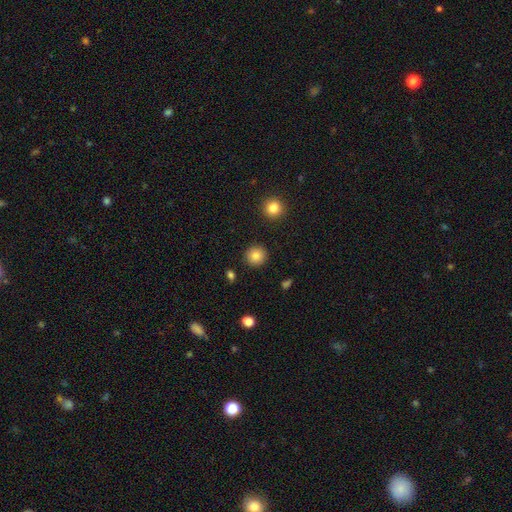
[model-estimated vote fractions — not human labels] A smooth galaxy with no disk features (83%) that is round (94%).

Vote fractions:
- Smooth or featured? smooth: 83% / star or artifact: 10% / featured or disk: 6%
- How rounded? round: 94% / in between: 5% / cigar-shaped: 1%
- Merging? none: 91% / minor disturbance: 5% / major disturbance: 2% / merger: 2%